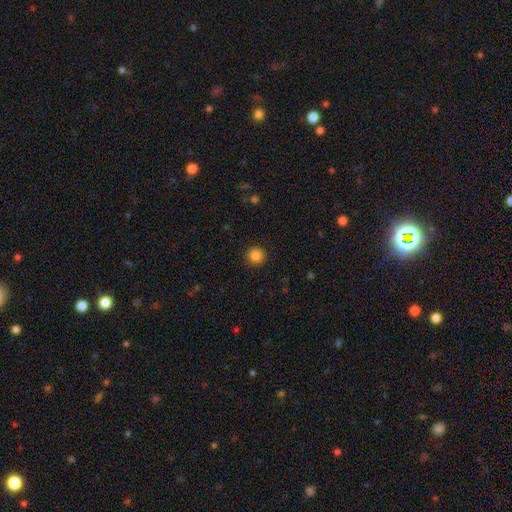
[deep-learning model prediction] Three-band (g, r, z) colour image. It shows a smooth galaxy with no disk features (86%) that is round (94%). Merging: none (91%).